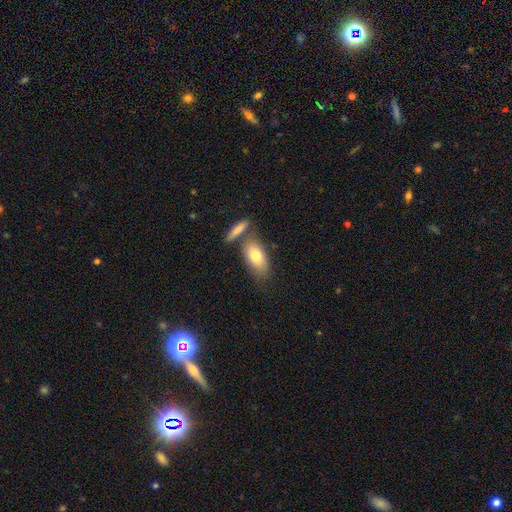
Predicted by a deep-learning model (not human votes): This appears to be a smooth galaxy with no disk features (76%) that is in between round and cigar-shaped (87%). Merging: none (59%).